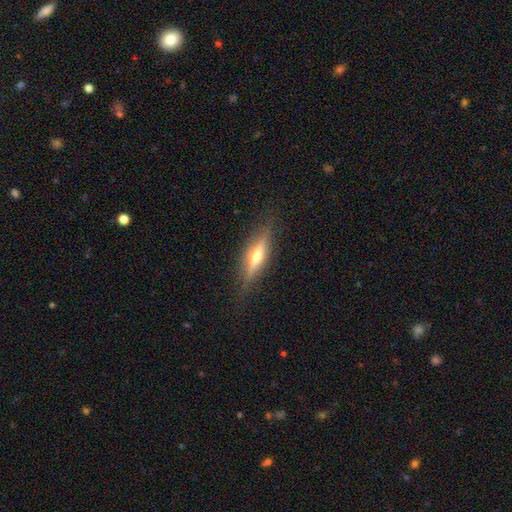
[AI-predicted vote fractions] Smooth or featured? featured or disk (66%)
Edge-on disk? yes (94%)
Edge-on bulge? rounded (90%)
Merging? none (85%)